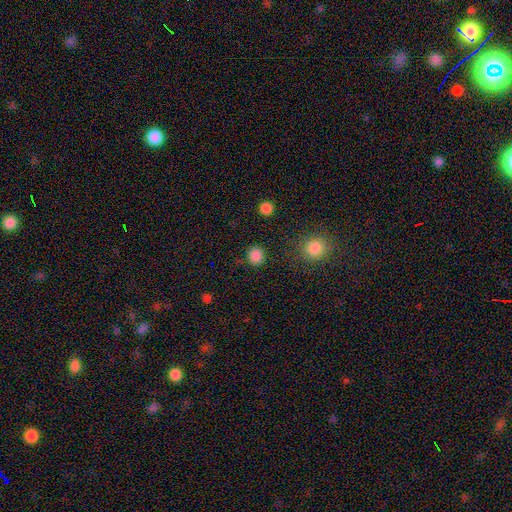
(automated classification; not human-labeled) A smooth galaxy with no disk features (86%) that is round (82%). Merging: none (88%).